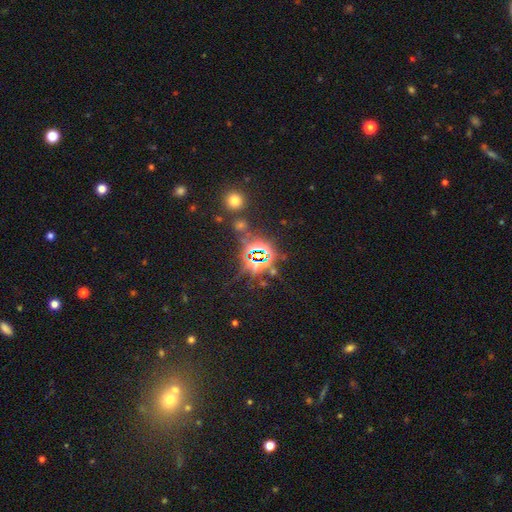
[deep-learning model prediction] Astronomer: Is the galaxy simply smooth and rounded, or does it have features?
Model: star or artifact — 79%.